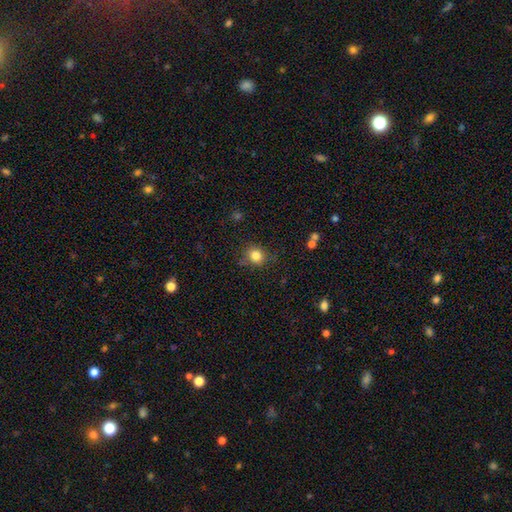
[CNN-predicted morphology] Q: Smooth or featured?
A: smooth (82%); runner-up: star or artifact (12%)
Q: How rounded?
A: round (83%); runner-up: in between (16%)
Q: Merging?
A: none (80%); runner-up: minor disturbance (14%)